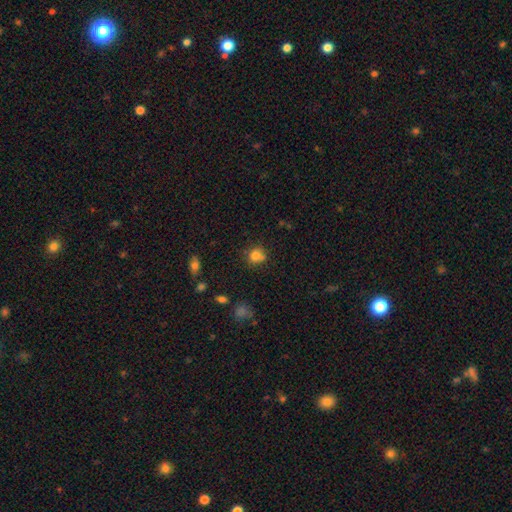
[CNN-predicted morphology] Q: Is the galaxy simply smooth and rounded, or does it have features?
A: smooth — 79%.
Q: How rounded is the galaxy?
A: round — 80%.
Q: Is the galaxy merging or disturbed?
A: none — 62%.